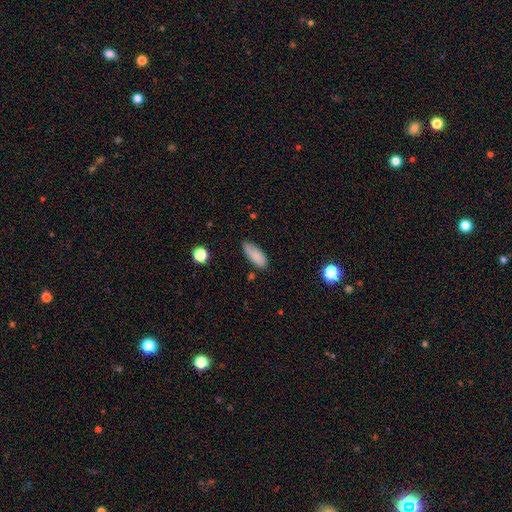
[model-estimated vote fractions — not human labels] Q: Smooth or featured?
A: smooth (85%); runner-up: star or artifact (8%)
Q: How rounded?
A: in between (75%); runner-up: cigar-shaped (23%)
Q: Merging?
A: none (72%); runner-up: minor disturbance (21%)